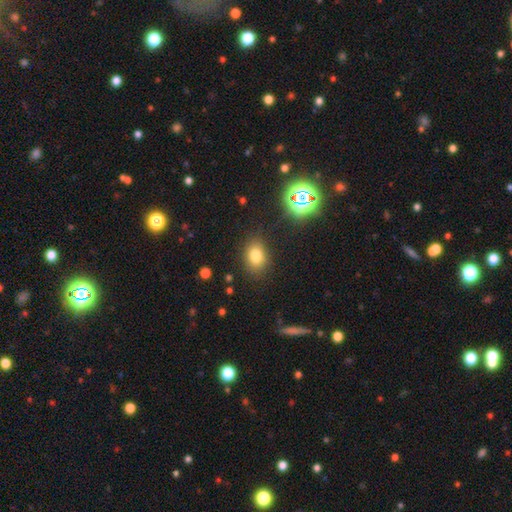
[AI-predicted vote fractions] Smooth or featured: smooth — 76% (star or artifact — 15%)
How rounded: in between — 70% (round — 29%)
Merging: none — 84% (minor disturbance — 11%)